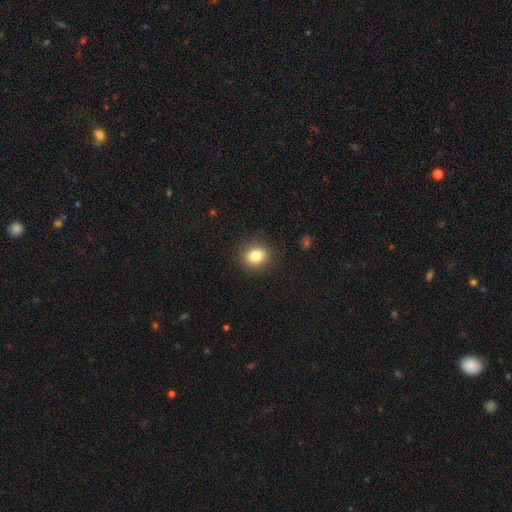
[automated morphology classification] smooth_or_featured: smooth (p=0.83) [alt: star or artifact p=0.10]
how_rounded: round (p=0.69) [alt: in between p=0.30]
merging: none (p=0.89) [alt: minor disturbance p=0.08]